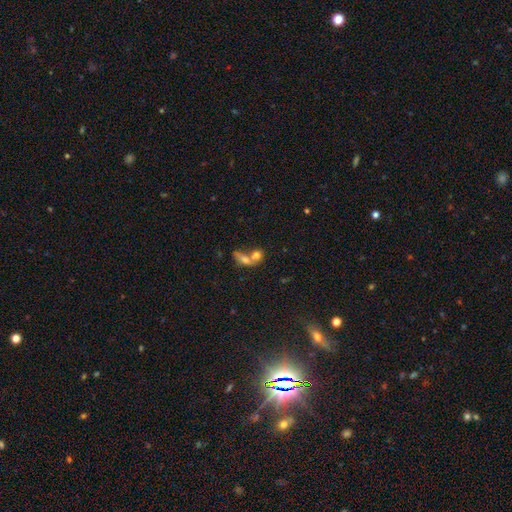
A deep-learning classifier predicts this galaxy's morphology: A smooth galaxy with no disk features (67%) that is in between round and cigar-shaped (55%). Merging: merger (65%).